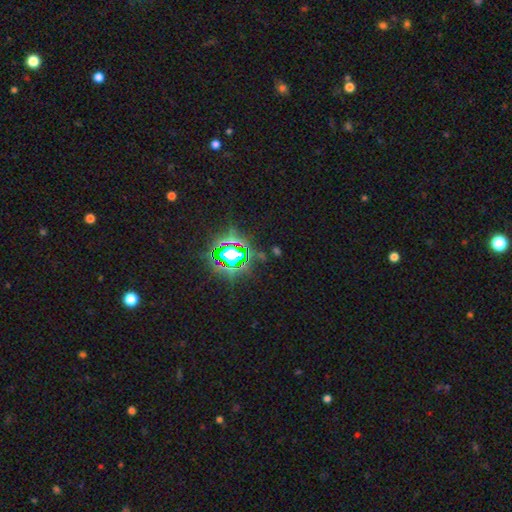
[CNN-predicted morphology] Smooth or featured: star or artifact — 80% (smooth — 12%)